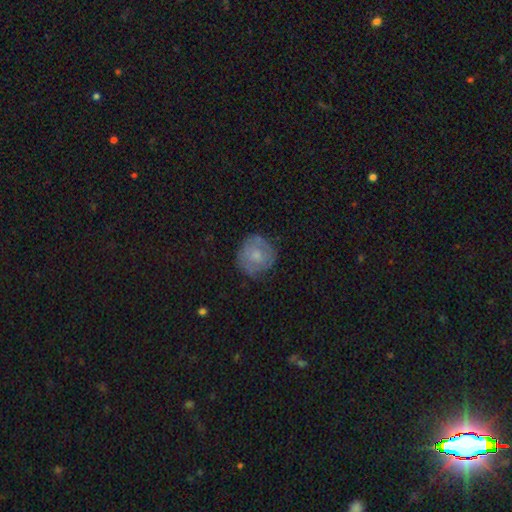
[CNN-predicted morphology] This is possibly a smooth galaxy (60%). How rounded: clearly round (90%). Merging: likely none (71%).